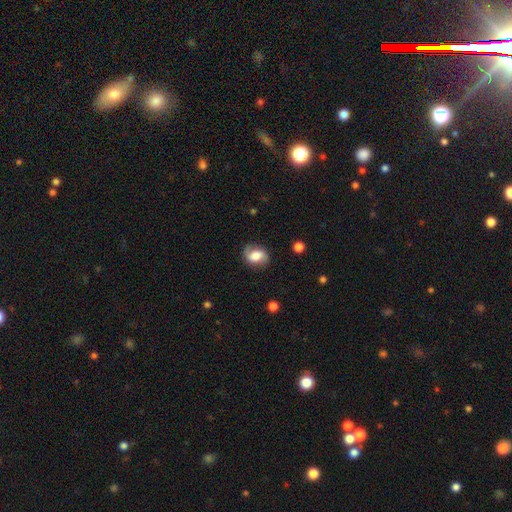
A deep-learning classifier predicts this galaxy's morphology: type=featured or disk (52%); edge-on=no (96%); bar=no (43%); spiral arms=yes (87%); bulge=moderate (43%); merging=none (76%).